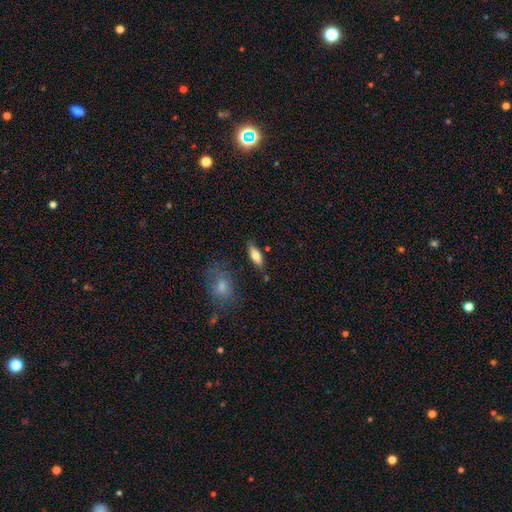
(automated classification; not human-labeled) smooth_or_featured: smooth (p=0.69) [alt: featured or disk p=0.24]
how_rounded: in between (p=0.69) [alt: cigar-shaped p=0.28]
merging: none (p=0.80) [alt: minor disturbance p=0.13]